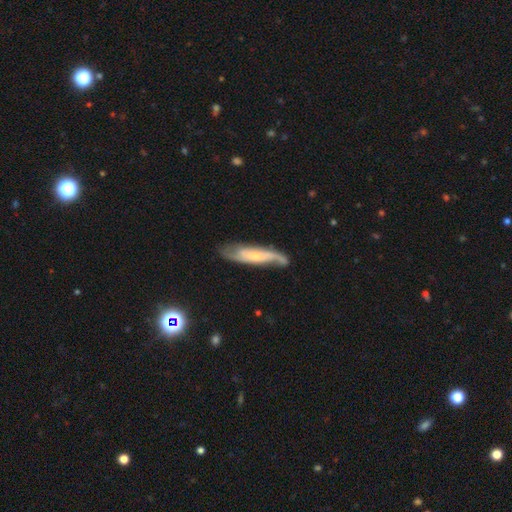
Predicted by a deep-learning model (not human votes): smooth-or-featured: featured or disk: 66% | smooth: 28% | star or artifact: 6%
  disk-edge-on: no: 69% | yes: 31%
  merging: none: 62% | minor disturbance: 25% | major disturbance: 11% | merger: 3%